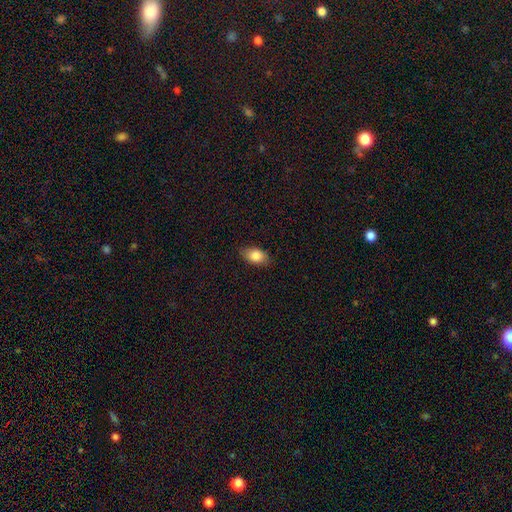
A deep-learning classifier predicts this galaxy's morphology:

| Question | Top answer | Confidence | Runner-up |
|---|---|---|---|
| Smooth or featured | smooth | 84% | featured or disk (8%) |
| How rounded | in between | 88% | round (9%) |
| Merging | none | 84% | minor disturbance (12%) |